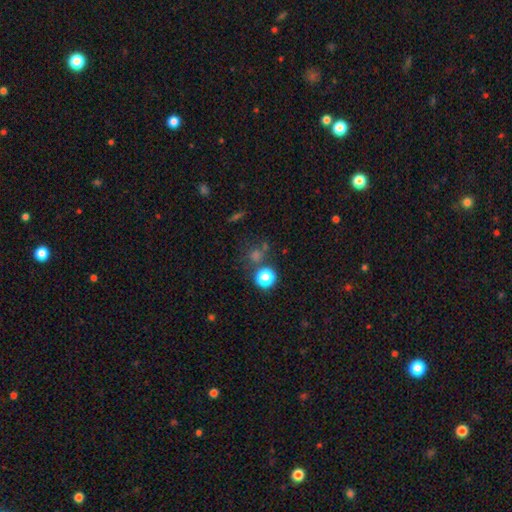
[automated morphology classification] smooth_or_featured: smooth (p=0.55) [alt: star or artifact p=0.37]
how_rounded: round (p=0.87) [alt: in between p=0.12]
merging: none (p=0.70) [alt: merger p=0.14]